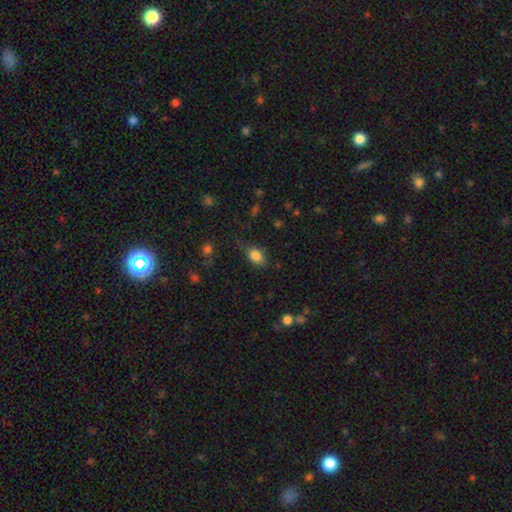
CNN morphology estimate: A smooth galaxy with no disk features (82%) that is in between round and cigar-shaped (82%).

Vote fractions:
- Smooth or featured? smooth: 82% / star or artifact: 9% / featured or disk: 9%
- How rounded? in between: 82% / round: 14% / cigar-shaped: 4%
- Merging? none: 66% / minor disturbance: 24% / major disturbance: 7% / merger: 2%